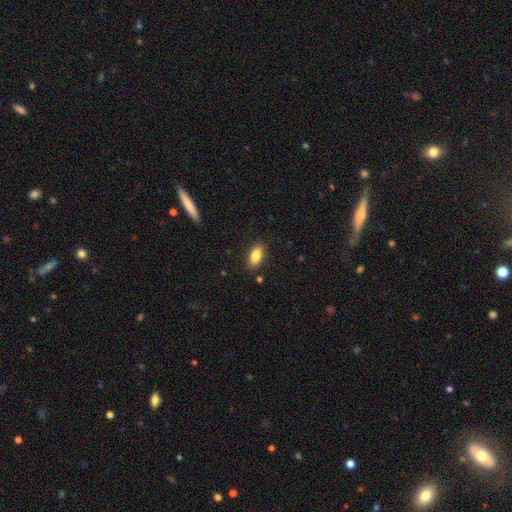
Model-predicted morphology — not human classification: Overall: smooth (84%). How rounded: in between (88%). Merging: none (87%).